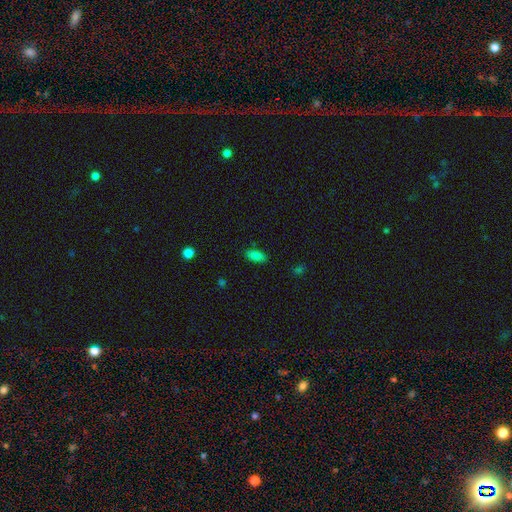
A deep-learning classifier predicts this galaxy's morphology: smooth-or-featured: smooth: 84% | star or artifact: 10% | featured or disk: 6%
  how-rounded: in between: 86% | cigar-shaped: 11% | round: 3%
  merging: none: 86% | minor disturbance: 10% | major disturbance: 2% | merger: 1%